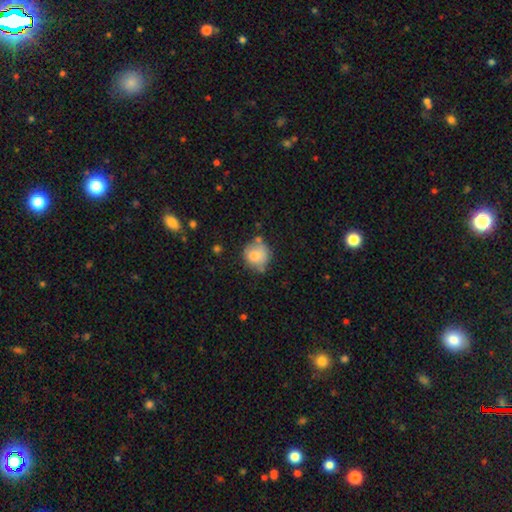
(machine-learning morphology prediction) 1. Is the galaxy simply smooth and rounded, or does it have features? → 79% smooth, 13% featured or disk, 8% star or artifact.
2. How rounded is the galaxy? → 82% round, 17% in between, 1% cigar-shaped.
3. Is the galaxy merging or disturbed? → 53% none, 27% minor disturbance, 11% merger, 8% major disturbance.